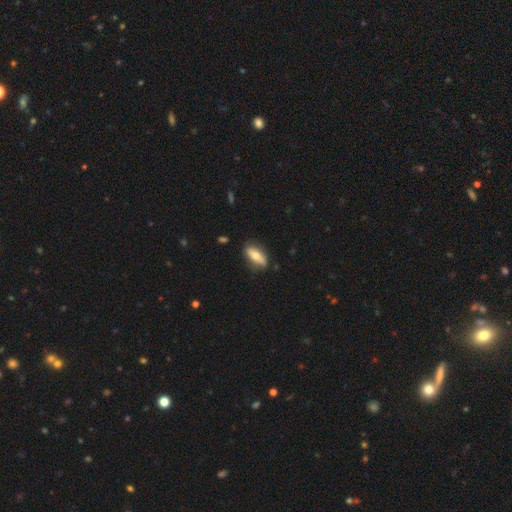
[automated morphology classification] A smooth galaxy with no disk features (62%) that is in between round and cigar-shaped (77%).

Vote fractions:
- Smooth or featured? smooth: 62% / featured or disk: 31% / star or artifact: 7%
- How rounded? in between: 77% / cigar-shaped: 19% / round: 3%
- Merging? none: 76% / minor disturbance: 18% / major disturbance: 4% / merger: 2%